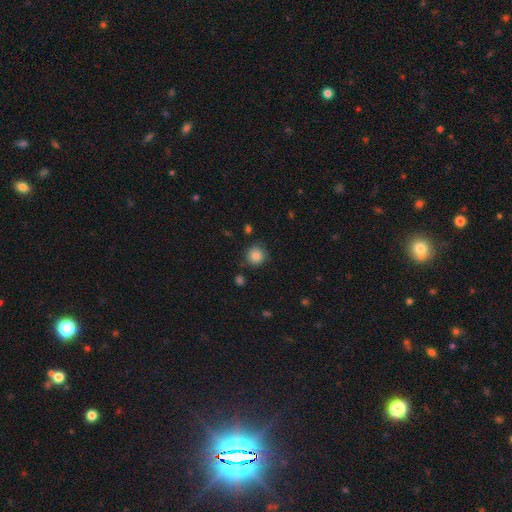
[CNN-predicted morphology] smooth 84%, star or artifact 10%, featured or disk 6%. Down the decision tree: how rounded — round (92%); merging — none (83%).